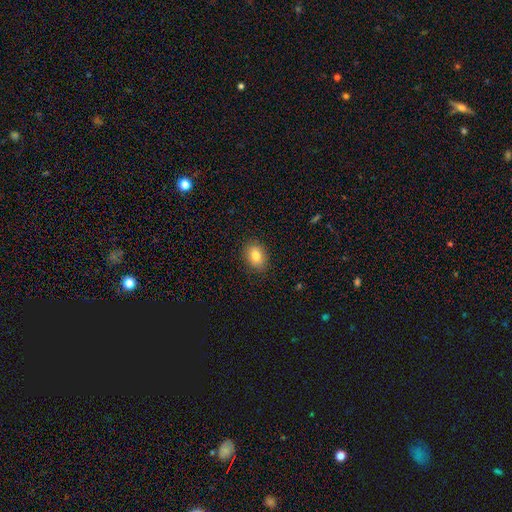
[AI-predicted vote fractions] Smooth or featured? Predicted: smooth (p=0.81). How rounded? Predicted: in between (p=0.73). Merging? Predicted: none (p=0.88).